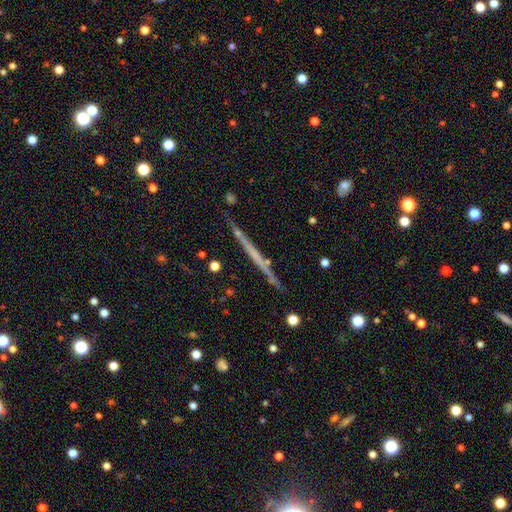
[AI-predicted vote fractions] Smooth or featured: featured or disk — 65% (smooth — 27%)
Edge-on disk: yes — 97% (no — 3%)
Edge-on bulge: none — 85% (rounded — 10%)
Merging: none — 86% (minor disturbance — 10%)